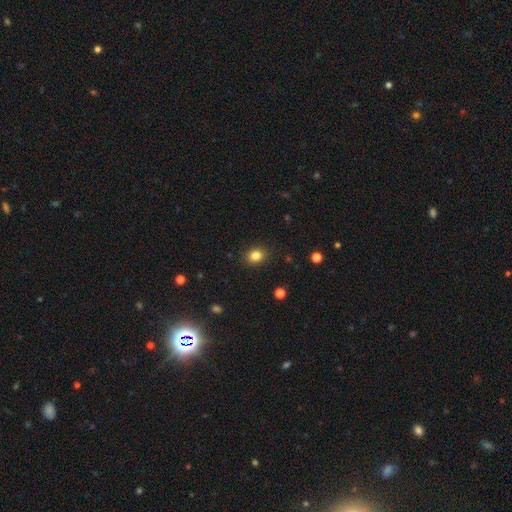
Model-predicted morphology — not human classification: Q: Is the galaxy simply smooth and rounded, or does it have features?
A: smooth — 84%.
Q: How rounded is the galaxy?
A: round — 60%.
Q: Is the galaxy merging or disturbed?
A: none — 89%.